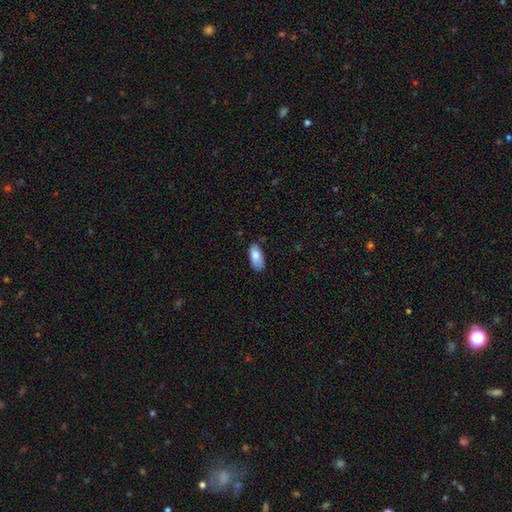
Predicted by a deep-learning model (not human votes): Smooth or featured? smooth (84%)
How rounded? in between (91%)
Merging? none (67%)